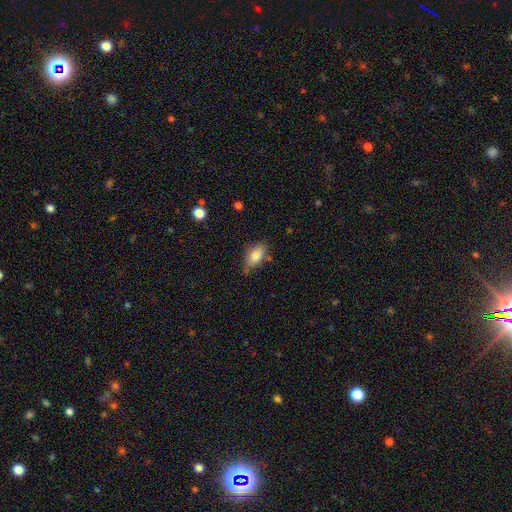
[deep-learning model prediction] Smooth or featured? Predicted: smooth (p=0.80). How rounded? Predicted: in between (p=0.89). Merging? Predicted: none (p=0.71).